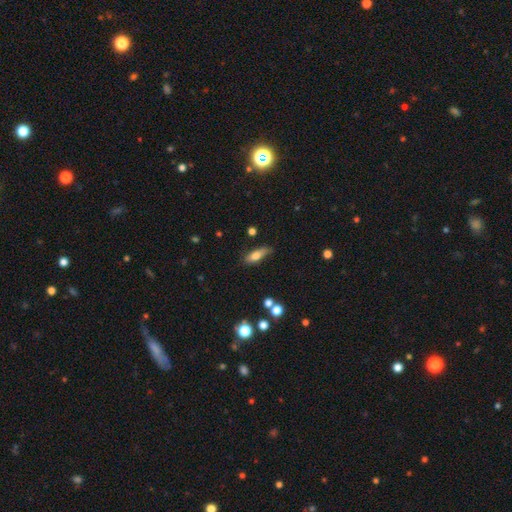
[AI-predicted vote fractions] Smooth or featured: smooth — 73% (featured or disk — 19%)
How rounded: in between — 57% (cigar-shaped — 40%)
Merging: none — 60% (minor disturbance — 29%)